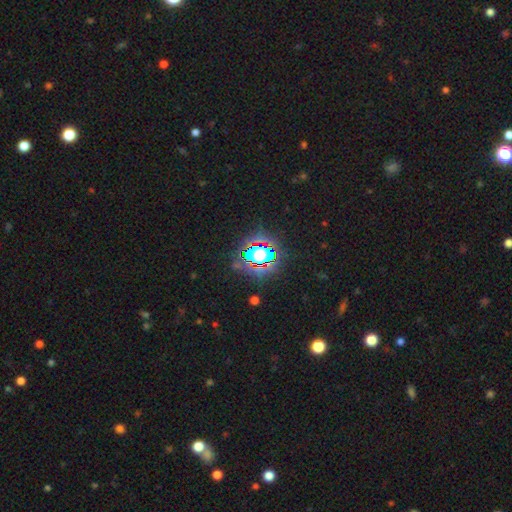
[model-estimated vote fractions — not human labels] Overall: star or artifact (78%).